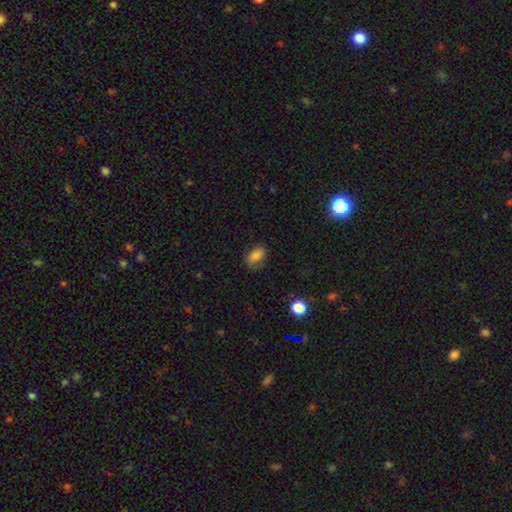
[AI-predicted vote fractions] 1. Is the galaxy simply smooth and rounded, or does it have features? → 81% smooth, 10% star or artifact, 9% featured or disk.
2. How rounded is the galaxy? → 85% in between, 12% round, 3% cigar-shaped.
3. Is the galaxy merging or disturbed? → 71% none, 22% minor disturbance, 6% major disturbance, 1% merger.